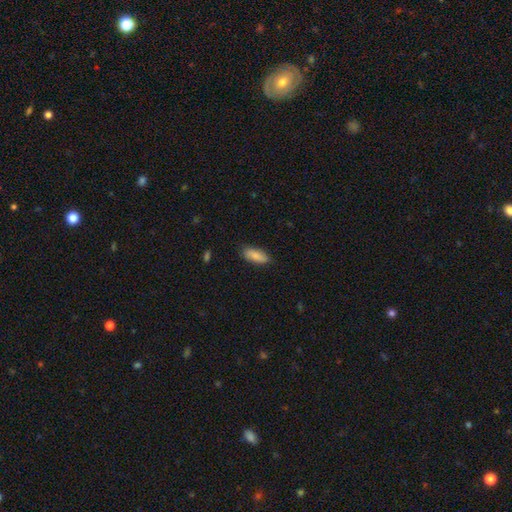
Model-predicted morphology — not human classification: Smooth or featured? Predicted: smooth (p=0.83). How rounded? Predicted: in between (p=0.80). Merging? Predicted: none (p=0.79).